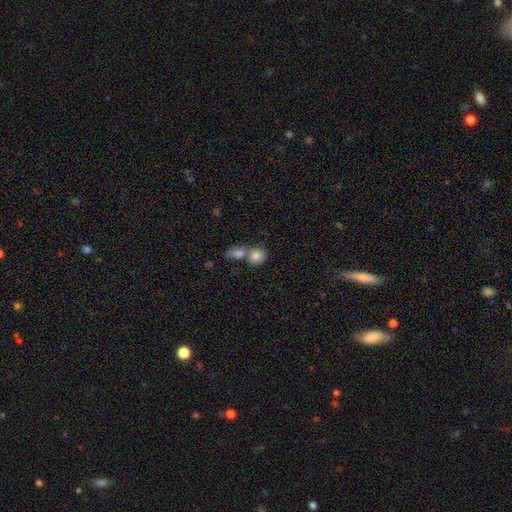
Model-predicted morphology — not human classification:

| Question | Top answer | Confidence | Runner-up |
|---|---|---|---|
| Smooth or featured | smooth | 82% | featured or disk (10%) |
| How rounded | round | 72% | in between (27%) |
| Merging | merger | 48% | none (40%) |